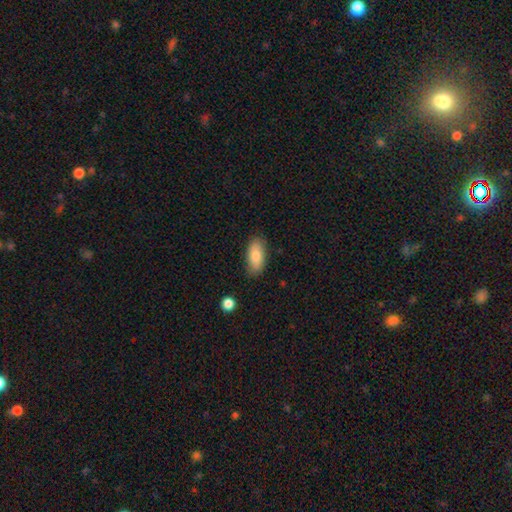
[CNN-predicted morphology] smooth-or-featured: smooth: 81% | featured or disk: 13% | star or artifact: 6%
  how-rounded: in between: 88% | cigar-shaped: 9% | round: 3%
  merging: none: 84% | minor disturbance: 12% | major disturbance: 3% | merger: 1%